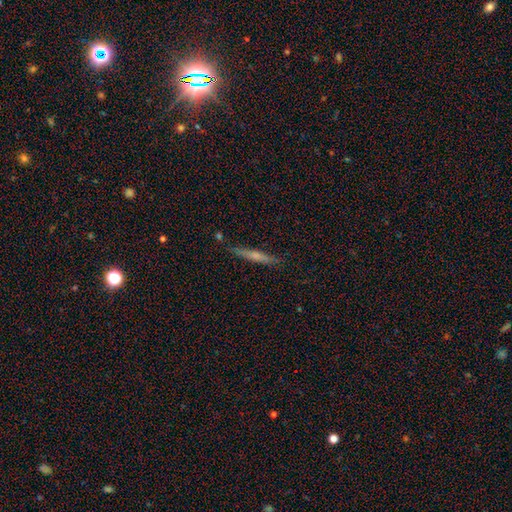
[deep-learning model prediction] smooth_or_featured: smooth (p=0.49) [alt: featured or disk p=0.44]
merging: none (p=0.87) [alt: minor disturbance p=0.10]